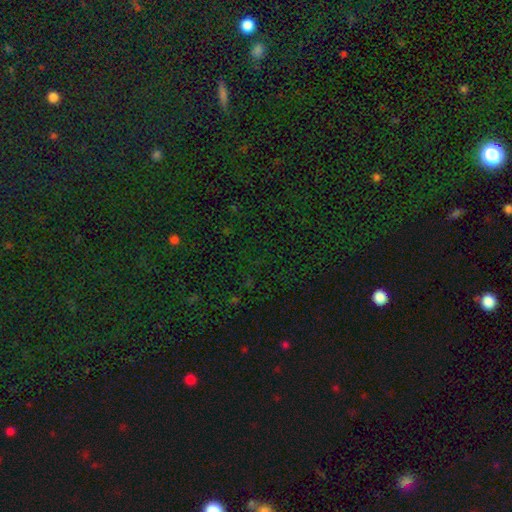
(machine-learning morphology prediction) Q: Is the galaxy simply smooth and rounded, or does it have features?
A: star or artifact — 76%.